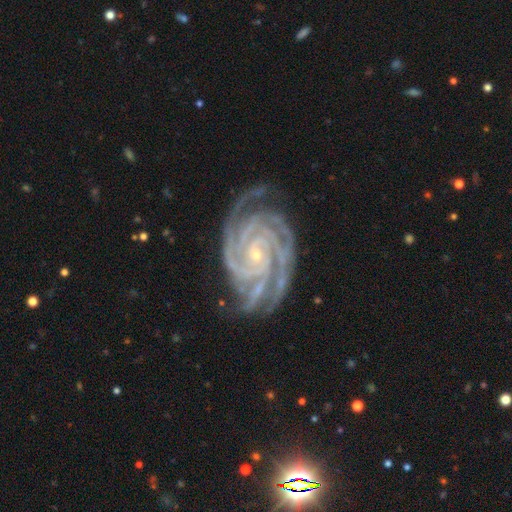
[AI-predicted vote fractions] A featured or disk galaxy (94%) with no bar (62%), 4 (32%) tight (80%) spiral arms (99%) and a small central bulge (83%). Merging: none (74%).